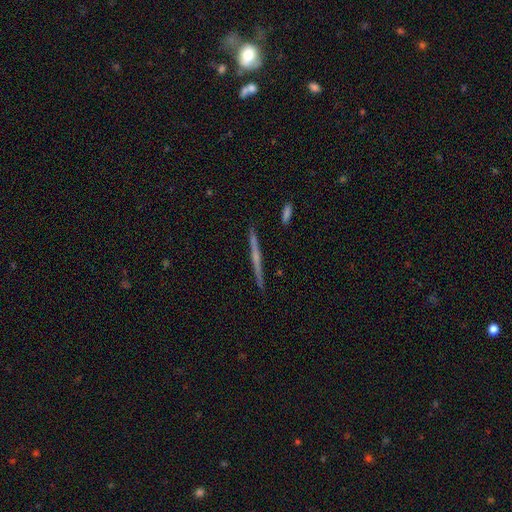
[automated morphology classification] smooth-or-featured: featured or disk: 65% | smooth: 29% | star or artifact: 7%
  disk-edge-on: yes: 98% | no: 2%
    edge-on-bulge: none: 66% | rounded: 27% | boxy: 7%
  merging: none: 92% | minor disturbance: 6% | merger: 1% | major disturbance: 1%